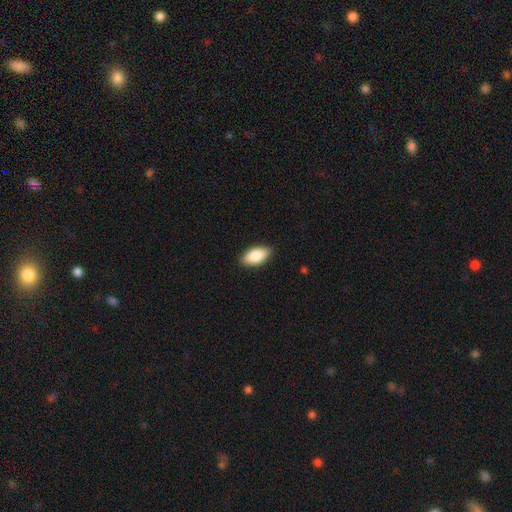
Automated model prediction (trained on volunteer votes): Smooth or featured: smooth — 84% (featured or disk — 9%)
How rounded: in between — 92% (cigar-shaped — 5%)
Merging: none — 88% (minor disturbance — 10%)